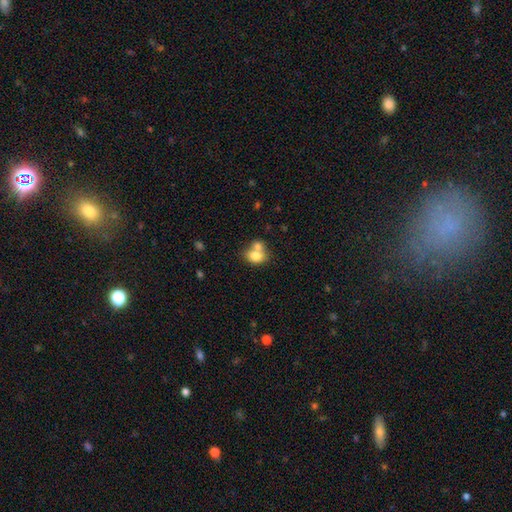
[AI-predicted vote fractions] The model was most divided on "how rounded": in between: 54%, round: 45%, cigar-shaped: 1%. More confident: smooth or featured — smooth (76%); merging — merger (52%).